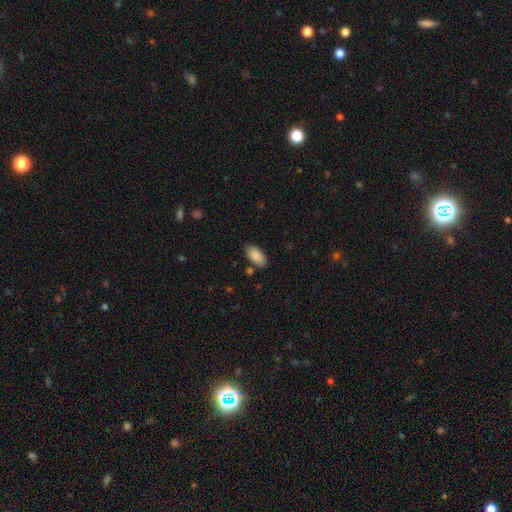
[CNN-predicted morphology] type=smooth (89%); roundness=in between (94%); merging=none (82%).